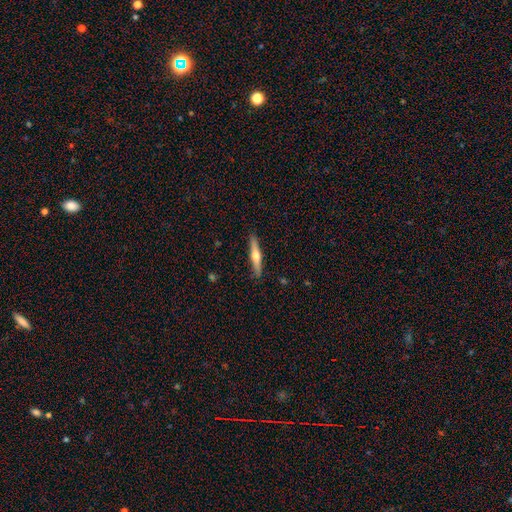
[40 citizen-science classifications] Smooth or featured?
  - featured or disk: 57% *
  - smooth: 38%
  - star or artifact: 5%
Edge-on disk?
  - yes: 96% *
  - no: 4%
Edge-on bulge?
  - rounded: 100% *
  - boxy: 0%
  - none: 0%
Merging?
  - none: 95% *
  - minor disturbance: 3%
  - major disturbance: 3%
  - merger: 0%